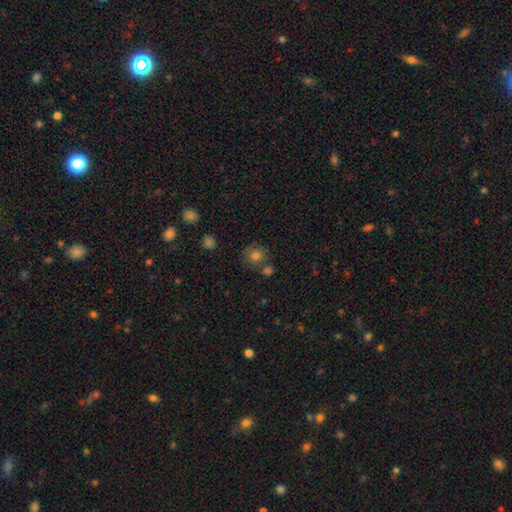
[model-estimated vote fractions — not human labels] smooth-or-featured: smooth: 75% | star or artifact: 15% | featured or disk: 10%
  how-rounded: round: 87% | in between: 12% | cigar-shaped: 1%
  merging: none: 66% | merger: 15% | minor disturbance: 13% | major disturbance: 5%